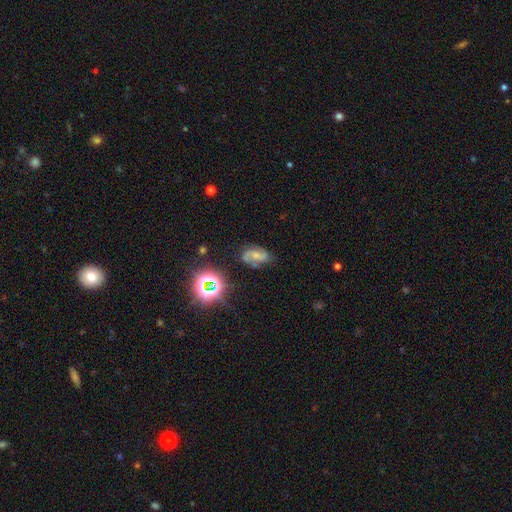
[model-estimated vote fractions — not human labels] smooth_or_featured: featured or disk (p=0.64) [alt: smooth p=0.21]
disk_edge_on: no (p=0.97) [alt: yes p=0.03]
bar: no (p=0.43) [alt: weak p=0.42]
has_spiral_arms: yes (p=0.92) [alt: no p=0.08]
spiral_winding: medium (p=0.45) [alt: loose p=0.36]
spiral_arm_count: 2 (p=0.83) [alt: can't tell p=0.08]
bulge_size: small (p=0.47) [alt: moderate p=0.32]
merging: none (p=0.67) [alt: minor disturbance p=0.21]